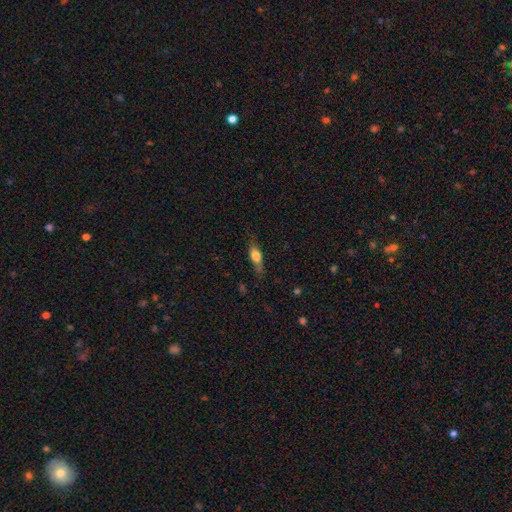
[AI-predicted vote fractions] smooth 68%, featured or disk 24%, star or artifact 8%. Down the decision tree: how rounded — in between (65%); merging — none (65%).